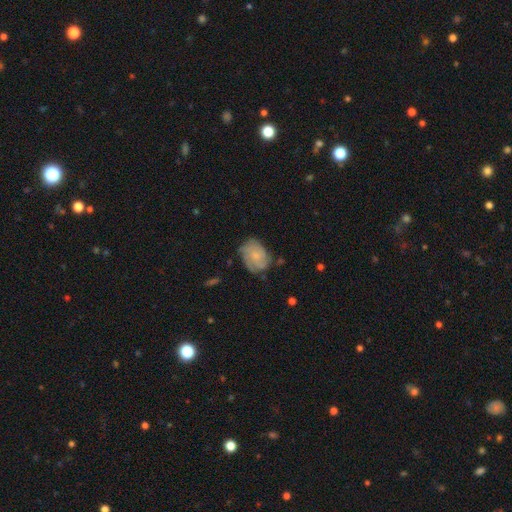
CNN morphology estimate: smooth-or-featured: featured or disk: 60% | smooth: 33% | star or artifact: 7%
  disk-edge-on: no: 97% | yes: 3%
    bar: no: 74% | weak: 23% | strong: 3%
    has-spiral-arms: yes: 86% | no: 14%
      spiral-winding: tight: 53% | medium: 35% | loose: 12%
      spiral-arm-count: can't tell: 37% | 3: 25% | 2: 17% | 4: 12% | 1: 5% | more than 4: 5%
    bulge-size: small: 55% | moderate: 25% | none: 16% | large: 2% | dominant: 1%
  merging: none: 63% | minor disturbance: 25% | major disturbance: 10% | merger: 2%